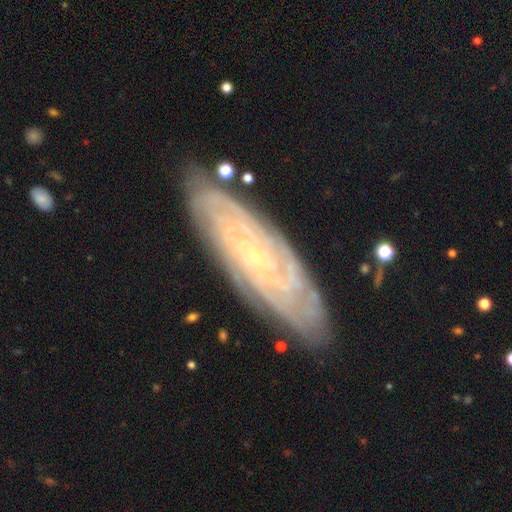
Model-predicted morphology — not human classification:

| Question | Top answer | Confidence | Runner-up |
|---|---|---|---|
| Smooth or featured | featured or disk | 86% | smooth (8%) |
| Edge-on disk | no | 88% | yes (12%) |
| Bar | no | 70% | weak (22%) |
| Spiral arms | yes | 97% | no (3%) |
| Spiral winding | tight | 81% | medium (16%) |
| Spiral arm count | can't tell | 32% | 4 (20%) |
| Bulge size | small | 86% | moderate (10%) |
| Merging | none | 84% | minor disturbance (12%) |